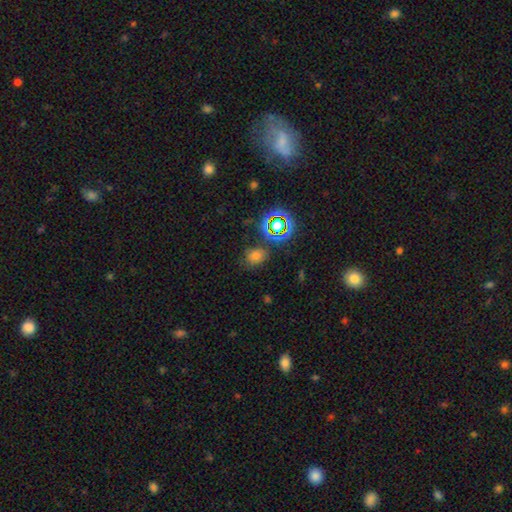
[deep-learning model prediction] Smooth or featured? smooth (61%)
How rounded? round (51%)
Merging? none (76%)